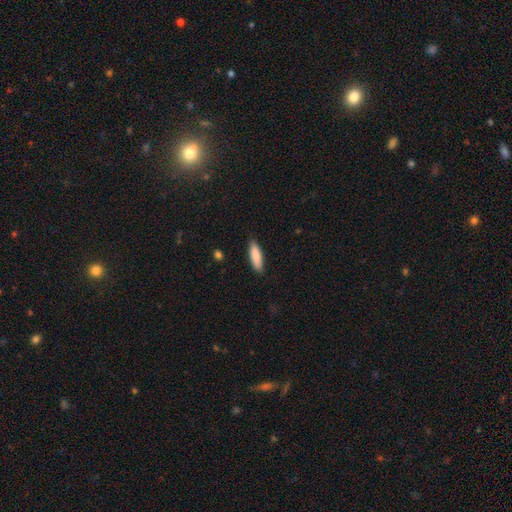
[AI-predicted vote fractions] Overall: smooth (86%). How rounded: cigar-shaped (57%; in between 42%). Merging: none (87%).